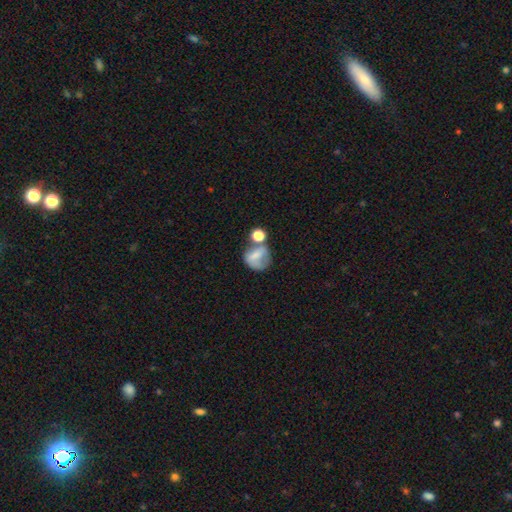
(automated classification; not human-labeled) smooth-or-featured: smooth: 62% | featured or disk: 26% | star or artifact: 12%
  how-rounded: round: 64% | in between: 35% | cigar-shaped: 2%
  merging: none: 38% | merger: 26% | minor disturbance: 20% | major disturbance: 17%